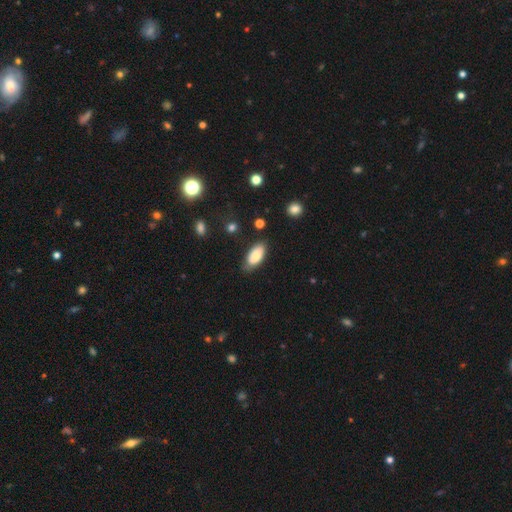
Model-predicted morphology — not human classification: type=smooth (81%); roundness=in between (90%); merging=none (75%).